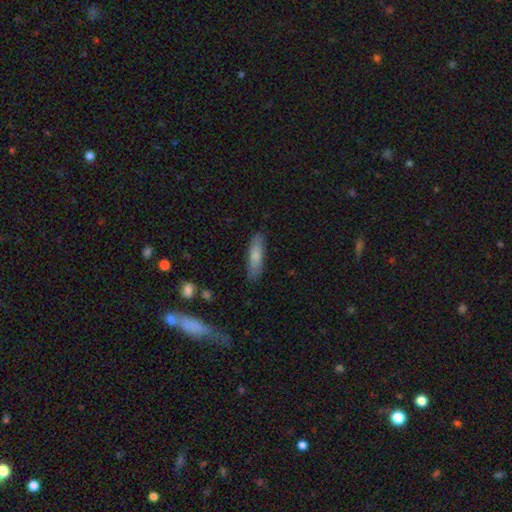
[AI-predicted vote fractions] smooth_or_featured: smooth (p=0.76) [alt: featured or disk p=0.18]
how_rounded: cigar-shaped (p=0.66) [alt: in between p=0.33]
merging: none (p=0.84) [alt: minor disturbance p=0.12]